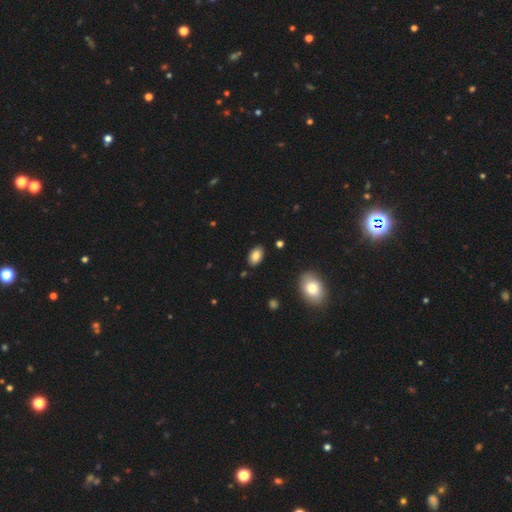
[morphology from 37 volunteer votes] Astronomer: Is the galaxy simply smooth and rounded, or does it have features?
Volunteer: smooth — 92%.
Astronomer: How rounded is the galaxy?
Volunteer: in between — 97%.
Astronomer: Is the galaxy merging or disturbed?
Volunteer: none — 91%.